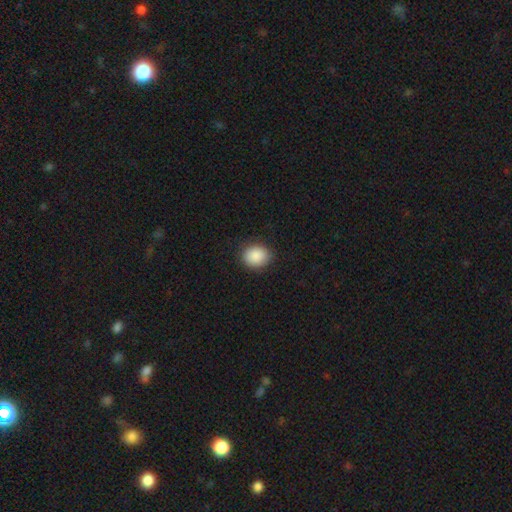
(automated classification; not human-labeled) Smooth or featured? smooth (89%)
How rounded? round (67%)
Merging? none (86%)